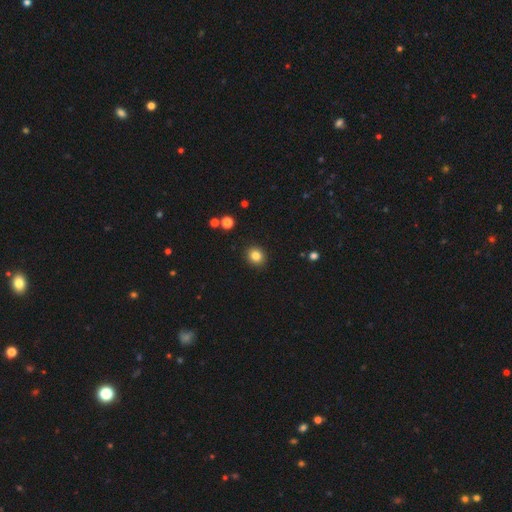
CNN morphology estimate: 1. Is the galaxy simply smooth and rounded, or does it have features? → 84% smooth, 11% star or artifact, 5% featured or disk.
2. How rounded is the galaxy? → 82% round, 17% in between, 1% cigar-shaped.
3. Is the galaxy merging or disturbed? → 91% none, 6% minor disturbance, 2% major disturbance, 1% merger.